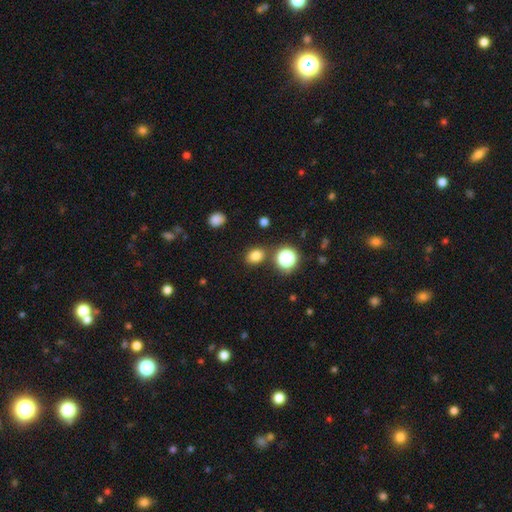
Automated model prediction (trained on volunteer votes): Q: Smooth or featured?
A: smooth (78%); runner-up: star or artifact (16%)
Q: How rounded?
A: in between (52%); runner-up: round (47%)
Q: Merging?
A: none (80%); runner-up: minor disturbance (9%)